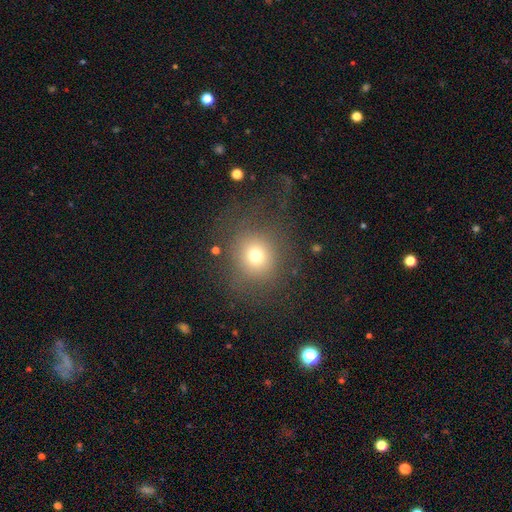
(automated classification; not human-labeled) Smooth or featured: smooth — 71% (star or artifact — 17%)
How rounded: round — 88% (in between — 11%)
Merging: none — 72% (major disturbance — 14%)